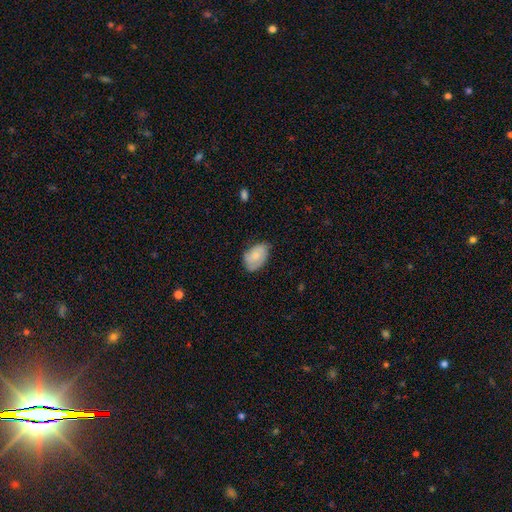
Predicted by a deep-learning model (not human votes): Smooth or featured? Predicted: smooth (p=0.73). How rounded? Predicted: in between (p=0.89). Merging? Predicted: none (p=0.61).